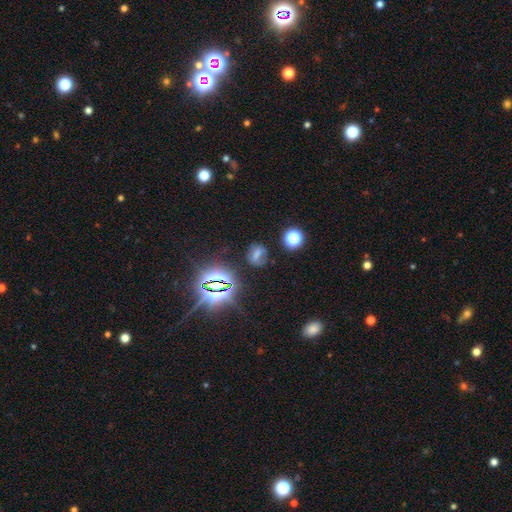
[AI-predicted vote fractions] smooth-or-featured: star or artifact: 41% | featured or disk: 31% | smooth: 28%